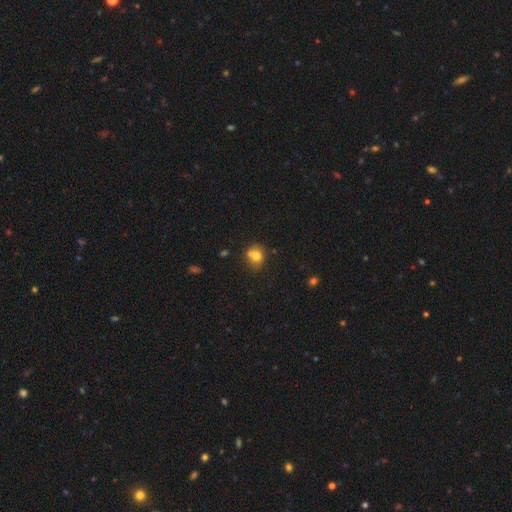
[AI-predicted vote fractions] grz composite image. It shows a smooth galaxy with no disk features (74%) that is round (76%). Merging: none (56%).